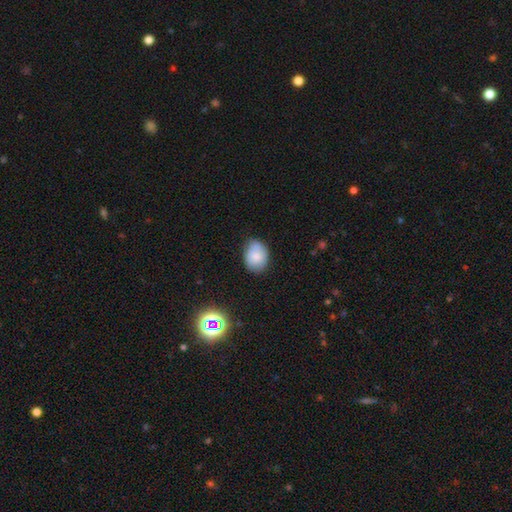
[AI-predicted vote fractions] A smooth galaxy with no disk features (76%) that is in between round and cigar-shaped (67%). Merging: none (67%).